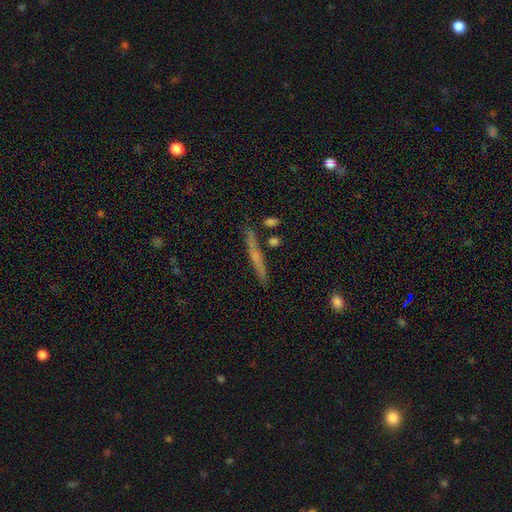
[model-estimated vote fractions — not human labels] Smooth or featured?
  - featured or disk: 47% *
  - smooth: 44%
  - star or artifact: 9%
Merging?
  - none: 85% *
  - minor disturbance: 9%
  - merger: 4%
  - major disturbance: 2%